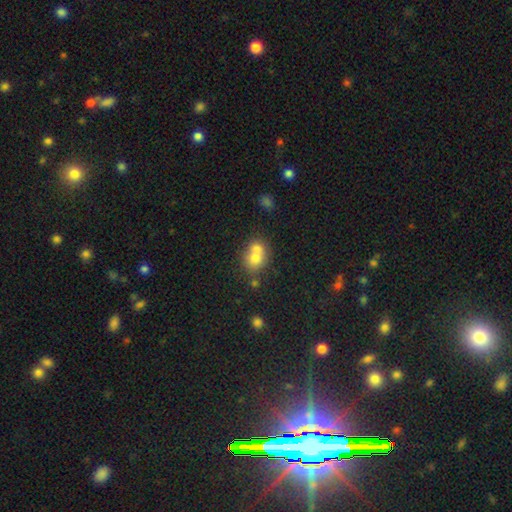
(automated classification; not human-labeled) This appears to be a smooth galaxy with no disk features (69%) that is round (61%). Merging: merger (60%).